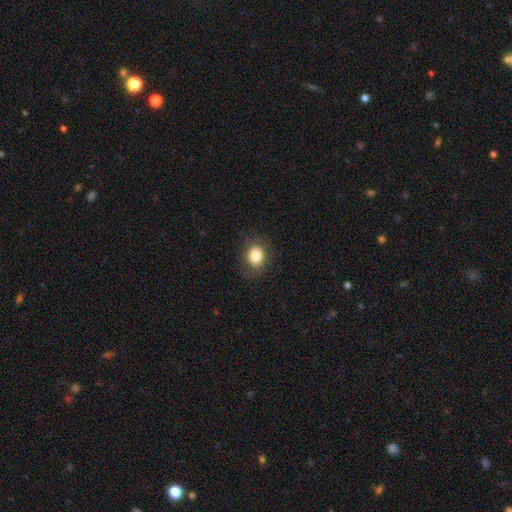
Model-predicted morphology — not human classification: This is clearly a smooth galaxy (82%). How rounded: possibly round (55%). Merging: clearly none (82%).